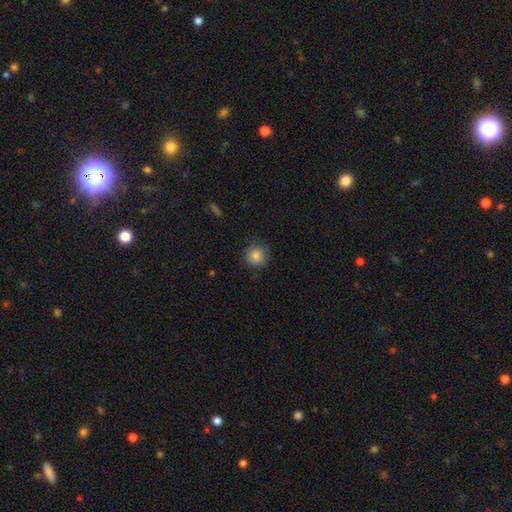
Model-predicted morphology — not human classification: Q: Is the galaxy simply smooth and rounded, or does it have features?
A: smooth — 84%.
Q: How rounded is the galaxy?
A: round — 93%.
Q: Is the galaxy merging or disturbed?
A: none — 84%.